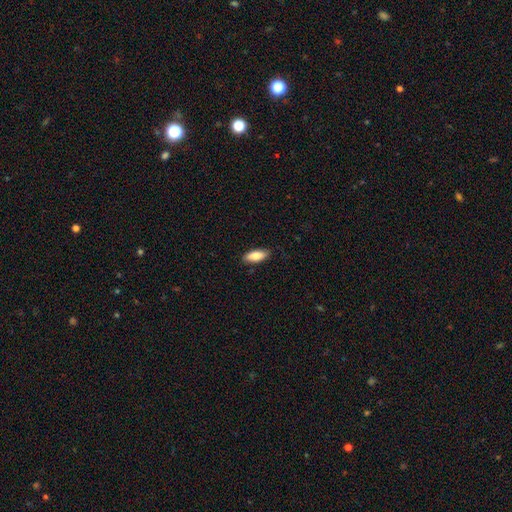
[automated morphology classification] Smooth or featured: smooth — 82% (featured or disk — 12%)
How rounded: in between — 79% (cigar-shaped — 19%)
Merging: none — 86% (minor disturbance — 11%)